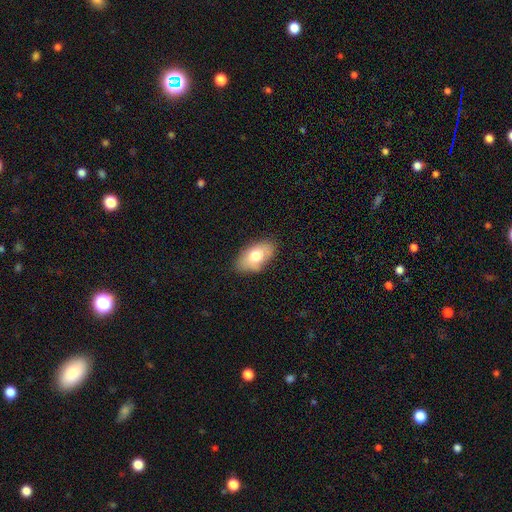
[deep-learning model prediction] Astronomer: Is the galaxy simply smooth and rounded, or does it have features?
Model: smooth — 72%.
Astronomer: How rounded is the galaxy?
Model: in between — 92%.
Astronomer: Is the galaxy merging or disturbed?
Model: none — 78%.